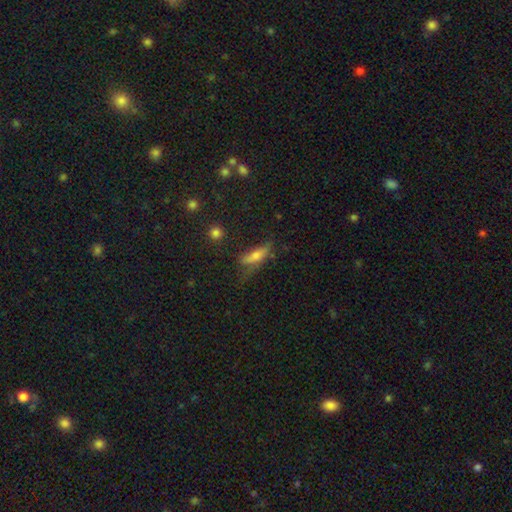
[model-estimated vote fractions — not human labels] smooth-or-featured: smooth: 58% | featured or disk: 31% | star or artifact: 11%
  how-rounded: cigar-shaped: 53% | in between: 43% | round: 4%
  merging: none: 44% | minor disturbance: 30% | major disturbance: 22% | merger: 4%